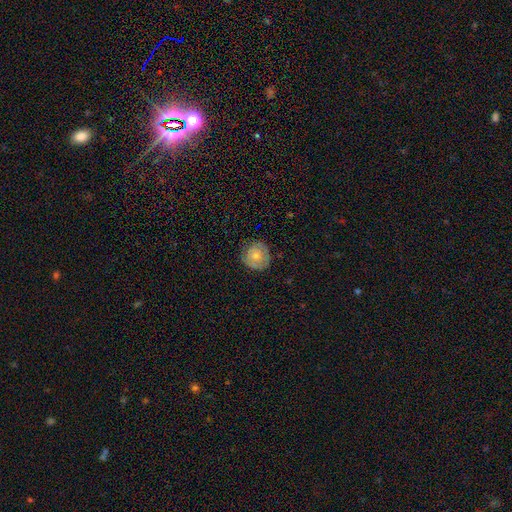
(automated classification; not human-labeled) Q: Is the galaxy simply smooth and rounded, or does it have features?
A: smooth — 62%.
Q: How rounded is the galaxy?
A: round — 91%.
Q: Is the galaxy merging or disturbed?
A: none — 77%.